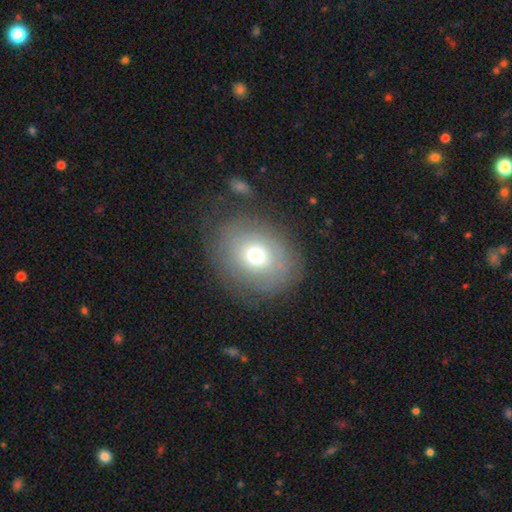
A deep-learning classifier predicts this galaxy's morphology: The model was most divided on "how rounded": round: 53%, in between: 46%, cigar-shaped: 1%. More confident: merging — none (68%); smooth or featured — smooth (57%).